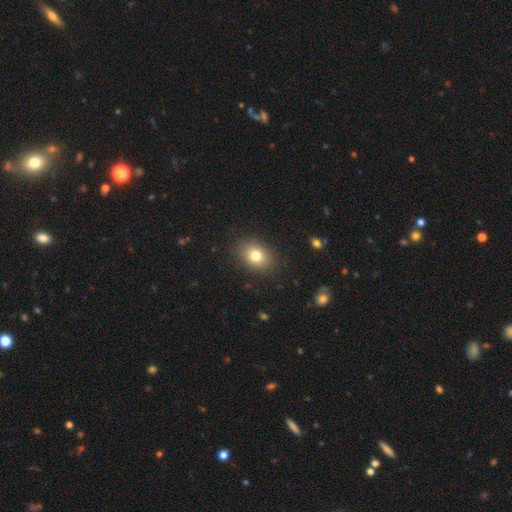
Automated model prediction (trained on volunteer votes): Morphology: type=smooth (79%); roundness=in between (62%); merging=none (87%).